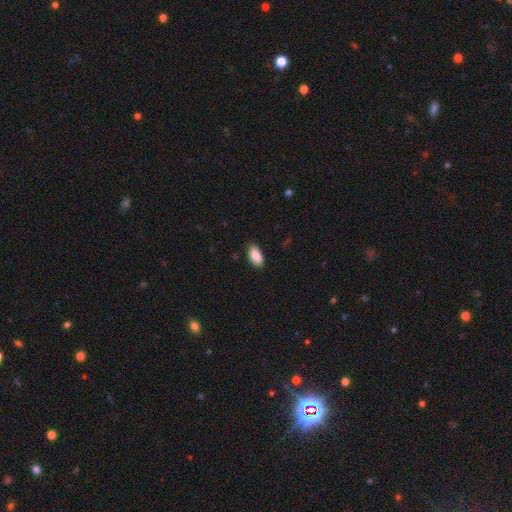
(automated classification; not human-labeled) The model was most divided on "merging": none: 84%, minor disturbance: 13%, major disturbance: 2%, merger: 1%. More confident: how rounded — in between (93%); smooth or featured — smooth (89%).